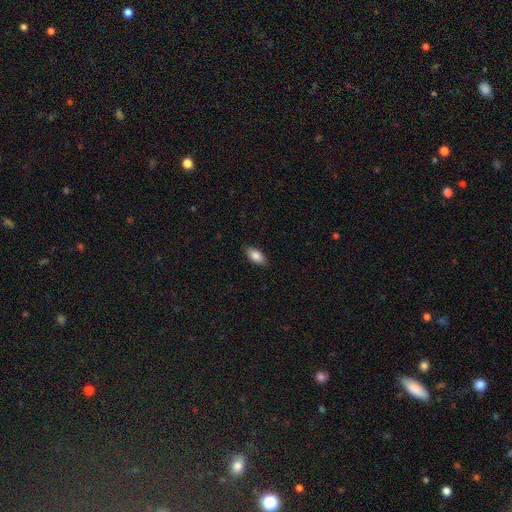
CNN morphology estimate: smooth-or-featured: smooth: 84% | featured or disk: 9% | star or artifact: 7%
  how-rounded: in between: 91% | cigar-shaped: 6% | round: 3%
  merging: none: 87% | minor disturbance: 10% | major disturbance: 2% | merger: 1%